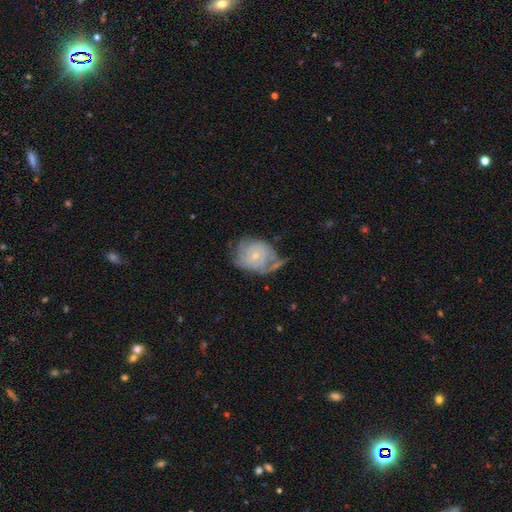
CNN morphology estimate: Smooth or featured? Predicted: featured or disk (p=0.71). Edge-on disk? Predicted: no (p=0.97). Bar? Predicted: no (p=0.76). Spiral arms? Predicted: yes (p=0.86). Spiral winding? Predicted: tight (p=0.62). Spiral arm count? Predicted: can't tell (p=0.40). Bulge size? Predicted: small (p=0.75). Merging? Predicted: none (p=0.41).